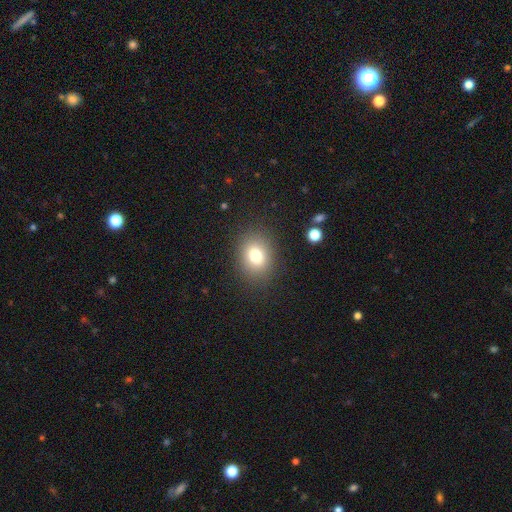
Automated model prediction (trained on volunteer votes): smooth 77%, star or artifact 13%, featured or disk 10%. Down the decision tree: how rounded — round (56%); merging — none (86%).